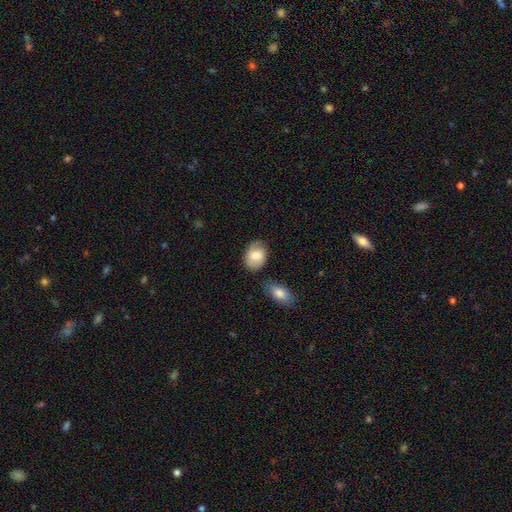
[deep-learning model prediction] Overall: smooth (70%). How rounded: in between (75%). Merging: none (66%).